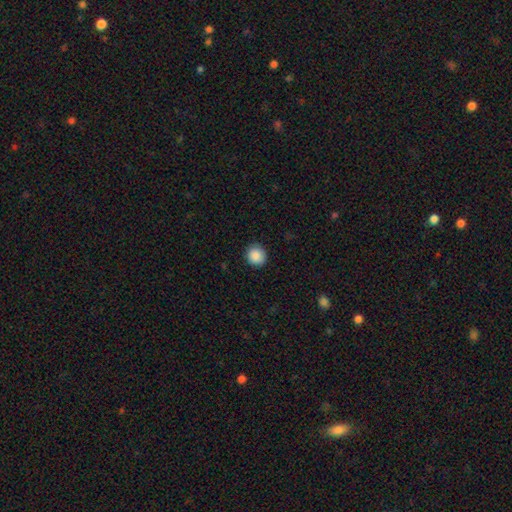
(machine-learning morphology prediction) This is clearly a smooth galaxy (88%). How rounded: clearly round (89%). Merging: clearly none (89%).